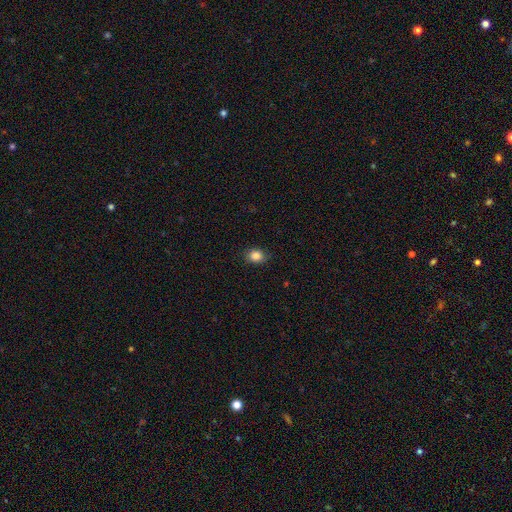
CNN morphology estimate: Overall: smooth (86%). How rounded: round (51%; in between 48%). Merging: none (87%).